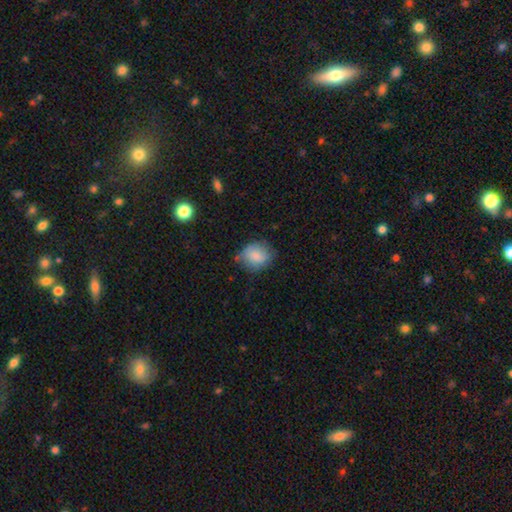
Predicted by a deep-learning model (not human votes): Overall: smooth (81%). How rounded: round (69%; in between 30%). Merging: none (62%; minor disturbance 29%).